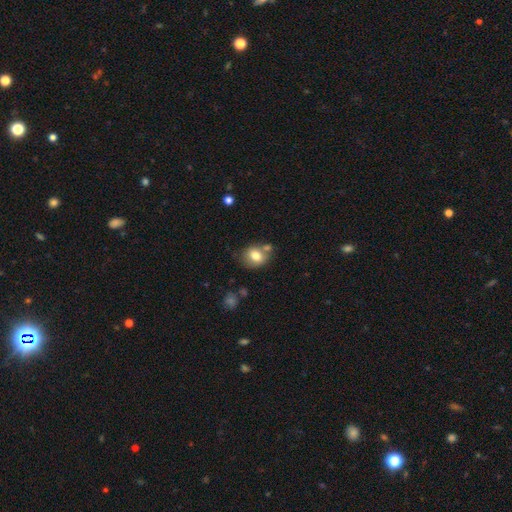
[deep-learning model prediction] A smooth galaxy with no disk features (76%) that is round (58%).

Vote fractions:
- Smooth or featured? smooth: 76% / featured or disk: 15% / star or artifact: 9%
- How rounded? round: 58% / in between: 41% / cigar-shaped: 1%
- Merging? none: 59% / merger: 19% / minor disturbance: 16% / major disturbance: 5%